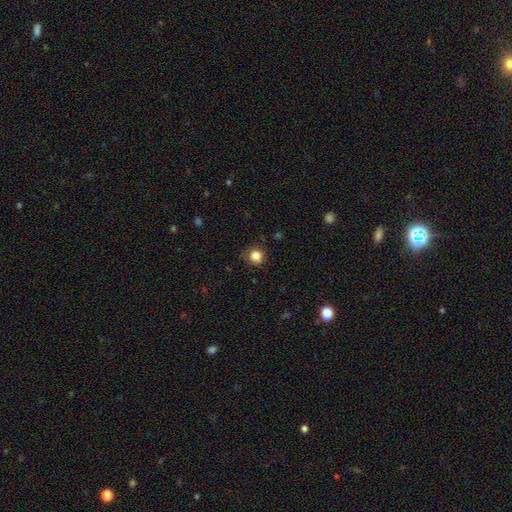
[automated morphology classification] This is clearly a smooth galaxy (83%). How rounded: clearly round (88%). Merging: clearly none (80%).